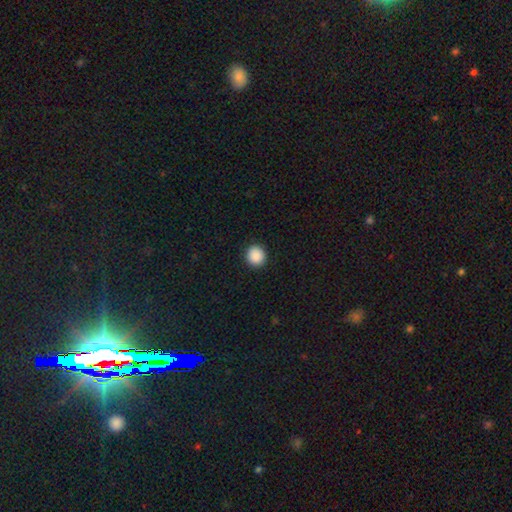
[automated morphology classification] A smooth galaxy with no disk features (90%) that is round (91%). Merging: none (93%).